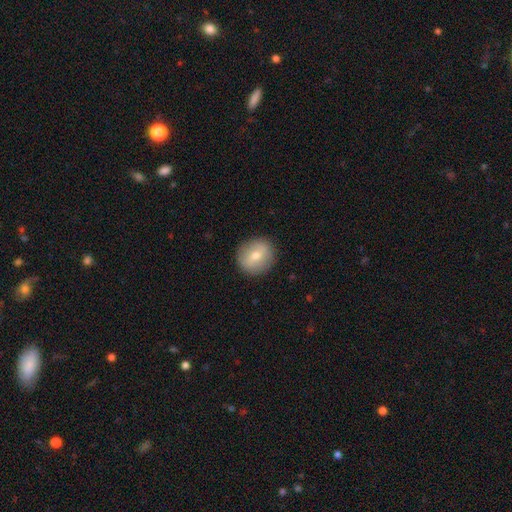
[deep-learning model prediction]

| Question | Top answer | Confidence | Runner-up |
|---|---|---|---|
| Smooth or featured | smooth | 68% | featured or disk (24%) |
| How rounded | round | 83% | in between (16%) |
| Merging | none | 89% | minor disturbance (8%) |